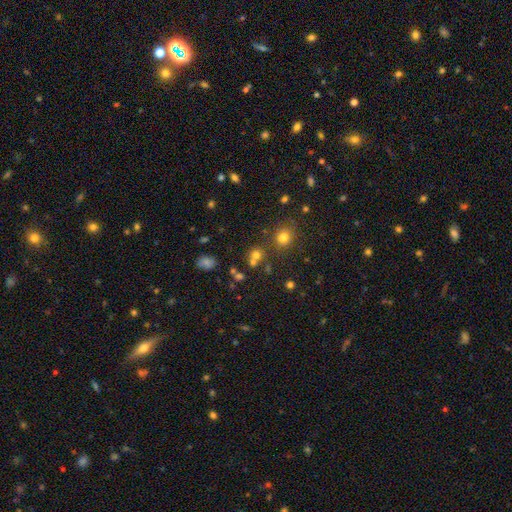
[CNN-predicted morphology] smooth_or_featured: smooth (p=0.65) [alt: star or artifact p=0.24]
how_rounded: round (p=0.82) [alt: in between p=0.17]
merging: none (p=0.57) [alt: merger p=0.30]